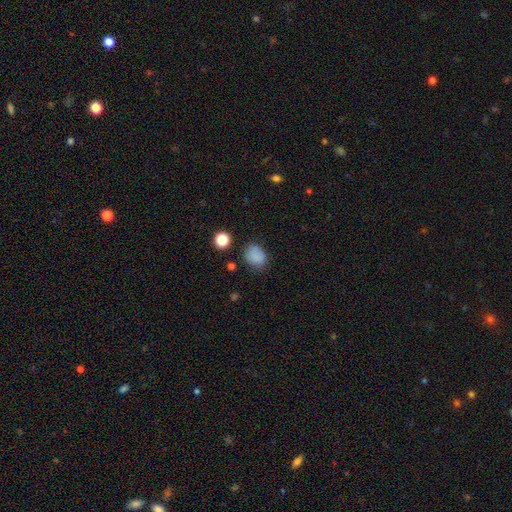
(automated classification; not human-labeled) Smooth or featured?
  - smooth: 83% *
  - star or artifact: 12%
  - featured or disk: 5%
How rounded?
  - round: 51% *
  - in between: 48%
  - cigar-shaped: 1%
Merging?
  - none: 76% *
  - minor disturbance: 17%
  - major disturbance: 4%
  - merger: 3%